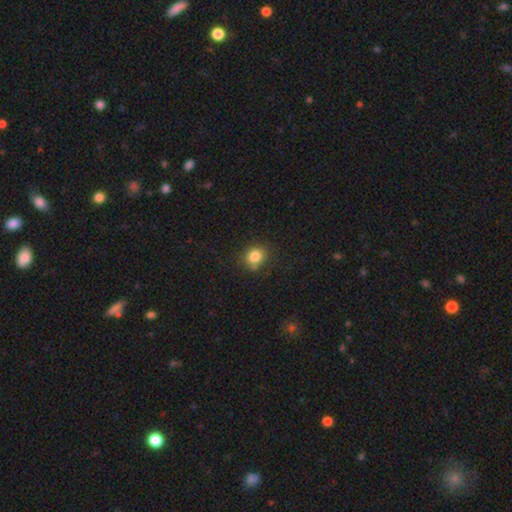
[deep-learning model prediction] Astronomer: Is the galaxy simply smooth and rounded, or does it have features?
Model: smooth — 83%.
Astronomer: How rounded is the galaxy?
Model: round — 78%.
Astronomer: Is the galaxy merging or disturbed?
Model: none — 79%.